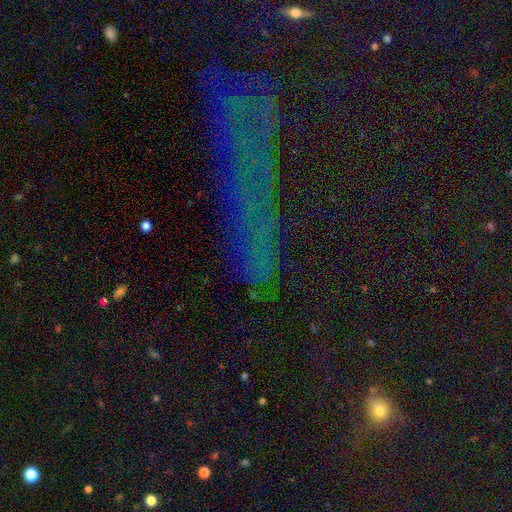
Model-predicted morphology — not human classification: This appears to be a star or artifact, not a galaxy (68%).